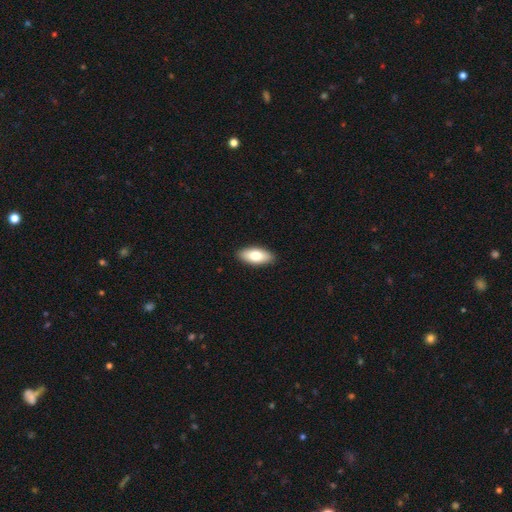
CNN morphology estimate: Smooth or featured: smooth — 78% (featured or disk — 16%)
How rounded: in between — 86% (cigar-shaped — 11%)
Merging: none — 90% (minor disturbance — 7%)